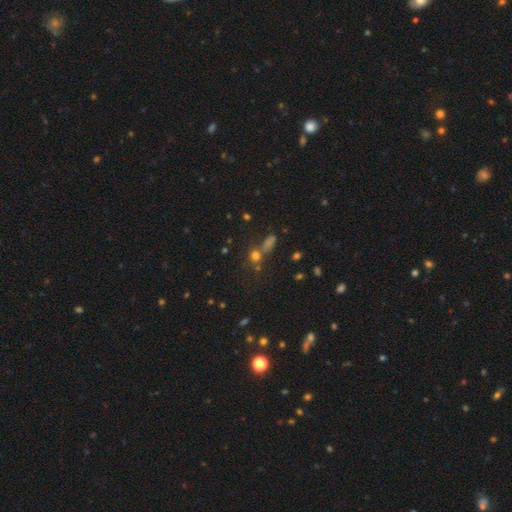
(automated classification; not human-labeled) This appears to be a smooth galaxy with no disk features (60%) that is round (75%). Merging: none (53%).